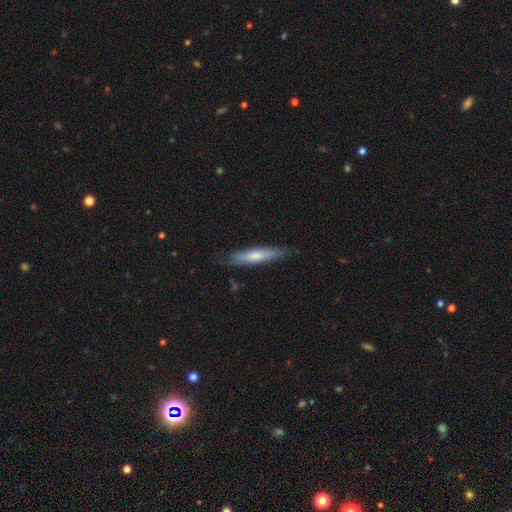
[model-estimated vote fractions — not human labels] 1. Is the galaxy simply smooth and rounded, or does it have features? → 62% smooth, 33% featured or disk, 5% star or artifact.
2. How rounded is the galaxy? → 85% cigar-shaped, 13% in between, 1% round.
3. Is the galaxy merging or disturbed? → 76% none, 19% minor disturbance, 4% major disturbance, 1% merger.